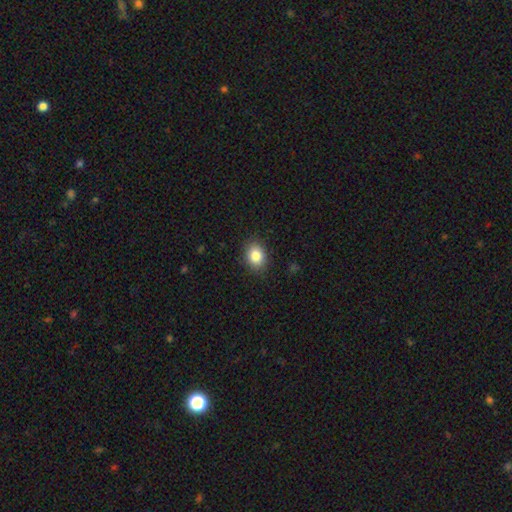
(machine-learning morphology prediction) smooth 84%, star or artifact 9%, featured or disk 6%. Down the decision tree: how rounded — in between (56%); merging — none (88%).